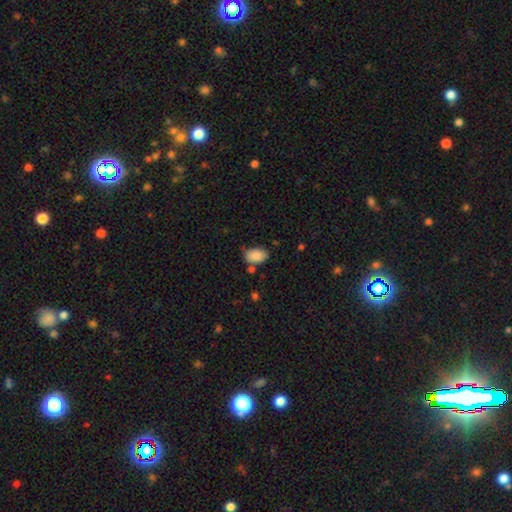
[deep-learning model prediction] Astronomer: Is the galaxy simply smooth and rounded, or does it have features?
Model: smooth — 88%.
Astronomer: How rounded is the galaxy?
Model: in between — 89%.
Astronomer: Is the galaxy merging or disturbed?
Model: none — 65%.